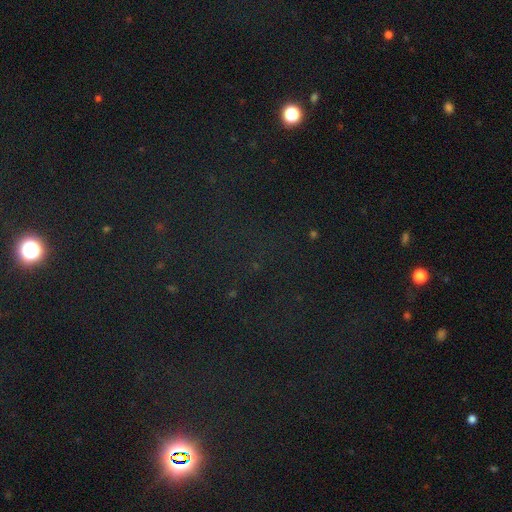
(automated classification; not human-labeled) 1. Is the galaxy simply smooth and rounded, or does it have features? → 76% star or artifact, 16% smooth, 8% featured or disk.